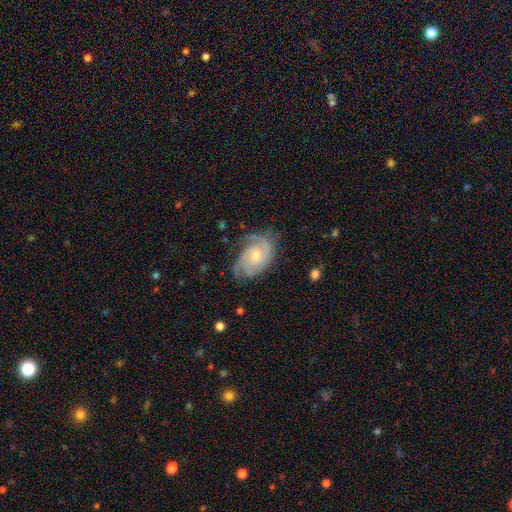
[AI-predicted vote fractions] featured or disk 81%, smooth 13%, star or artifact 6%. Down the decision tree: edge-on disk — no (97%); bar — no (69%); spiral arms — yes (95%); spiral arm count — 2 (38%); spiral winding — tight (56%); bulge size — small (51%); merging — none (67%).